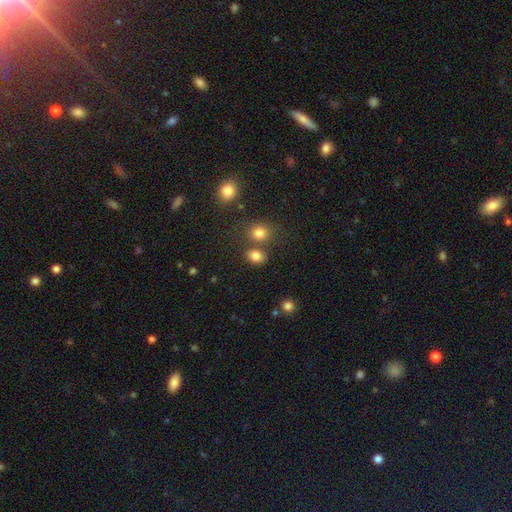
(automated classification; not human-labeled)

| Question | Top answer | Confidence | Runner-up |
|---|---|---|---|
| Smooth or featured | smooth | 81% | star or artifact (13%) |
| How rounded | in between | 55% | round (44%) |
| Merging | none | 66% | merger (19%) |